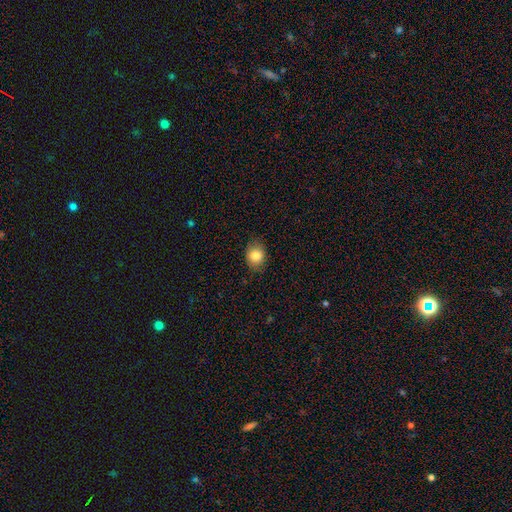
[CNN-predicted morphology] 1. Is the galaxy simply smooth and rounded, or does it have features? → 83% smooth, 9% star or artifact, 8% featured or disk.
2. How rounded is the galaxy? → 52% round, 47% in between, 1% cigar-shaped.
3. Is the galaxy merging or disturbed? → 82% none, 14% minor disturbance, 3% major disturbance, 1% merger.